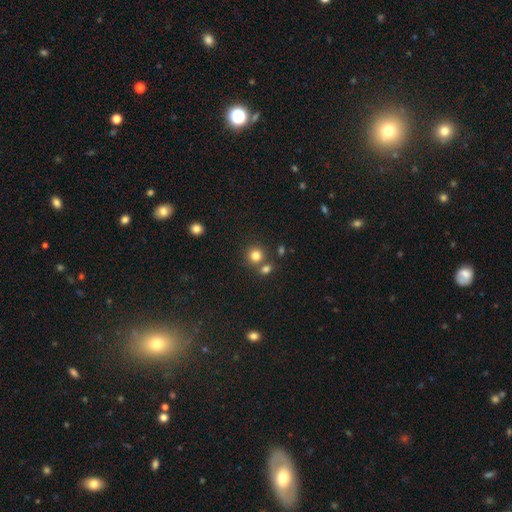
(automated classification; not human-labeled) smooth-or-featured: smooth: 80% | star or artifact: 13% | featured or disk: 6%
  how-rounded: round: 89% | in between: 10% | cigar-shaped: 1%
  merging: none: 69% | merger: 21% | minor disturbance: 8% | major disturbance: 3%